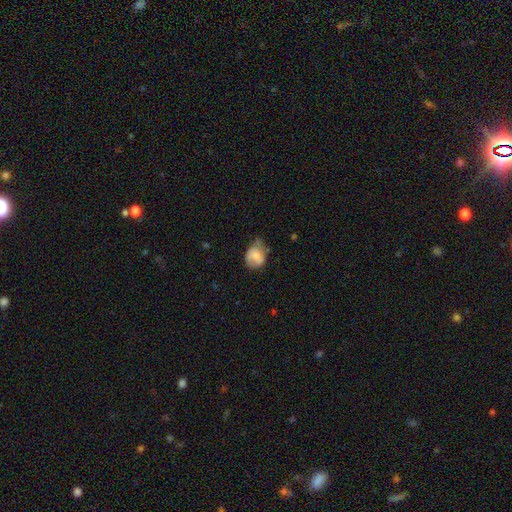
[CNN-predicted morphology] The model was most divided on "merging": minor disturbance: 41%, none: 40%, major disturbance: 16%, merger: 3%. More confident: smooth or featured — smooth (64%); how rounded — in between (55%).